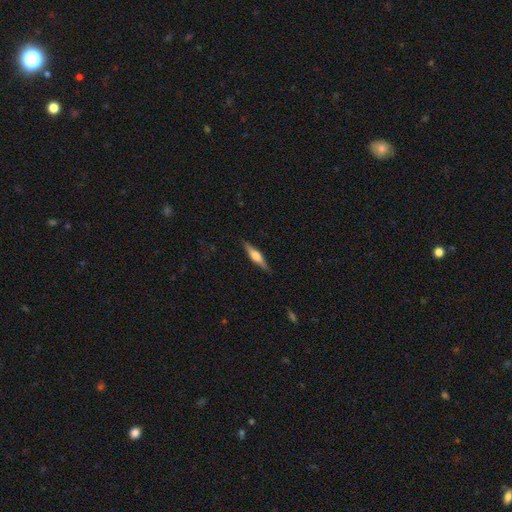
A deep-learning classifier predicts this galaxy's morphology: The model was most divided on "smooth or featured": featured or disk: 61%, smooth: 33%, star or artifact: 6%. More confident: edge-on disk — yes (96%); merging — none (87%); edge-on bulge — rounded (83%).